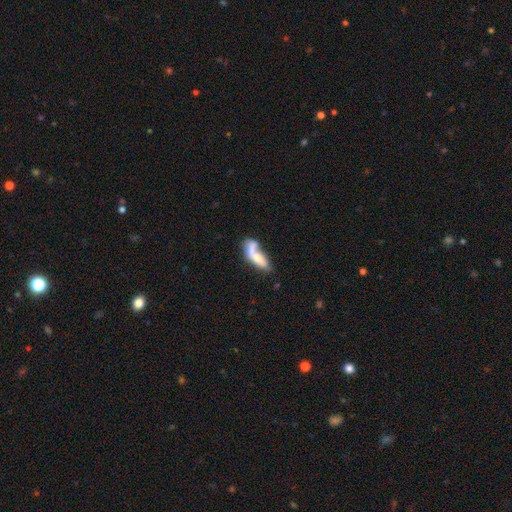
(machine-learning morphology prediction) smooth_or_featured: smooth (p=0.59) [alt: featured or disk p=0.33]
how_rounded: in between (p=0.63) [alt: cigar-shaped p=0.33]
merging: merger (p=0.56) [alt: none p=0.21]